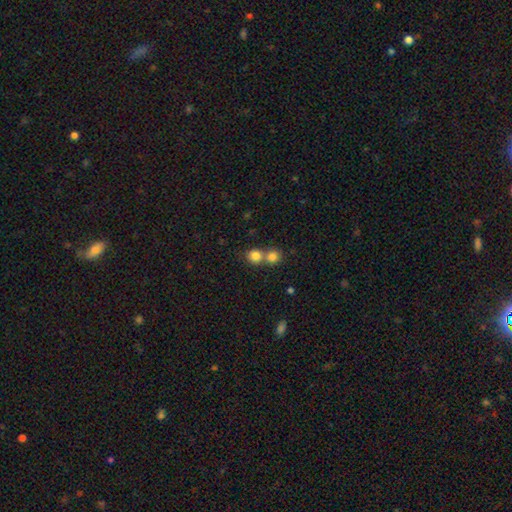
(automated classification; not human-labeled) This is clearly a smooth galaxy (81%). How rounded: clearly round (86%). Merging: possibly none (47%).